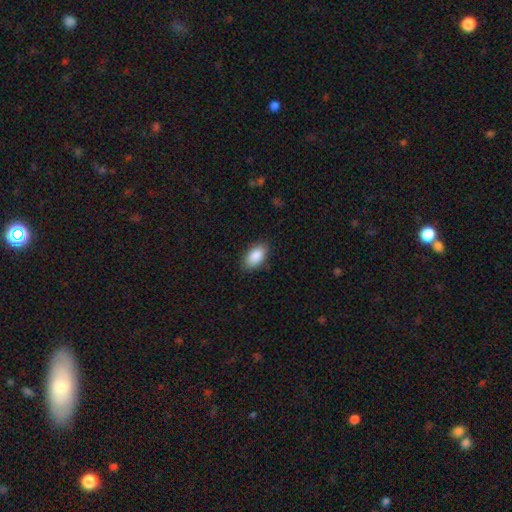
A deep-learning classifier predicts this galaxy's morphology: Smooth or featured? Predicted: smooth (p=0.90). How rounded? Predicted: in between (p=0.94). Merging? Predicted: none (p=0.86).